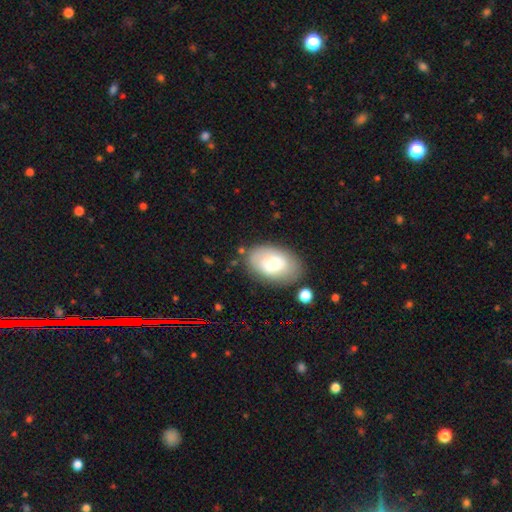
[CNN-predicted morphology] type=smooth (73%); roundness=in between (89%); merging=none (73%).